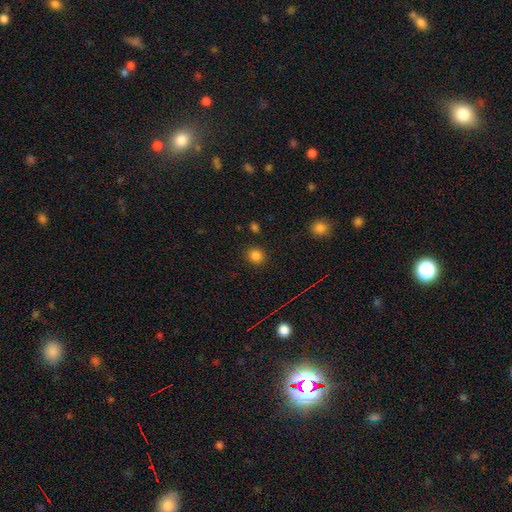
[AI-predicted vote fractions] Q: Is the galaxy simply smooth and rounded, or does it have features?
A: smooth — 82%.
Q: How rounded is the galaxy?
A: round — 80%.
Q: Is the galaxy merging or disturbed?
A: none — 89%.